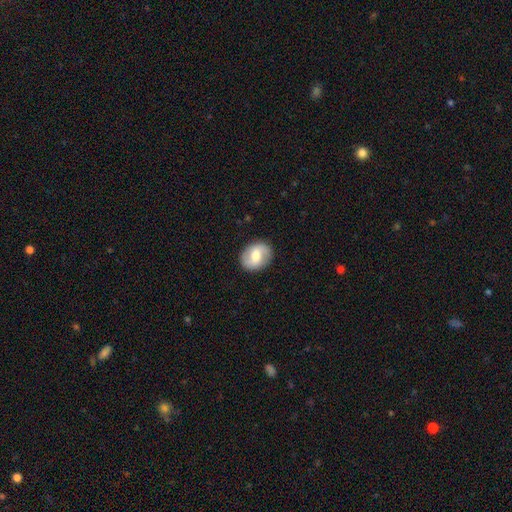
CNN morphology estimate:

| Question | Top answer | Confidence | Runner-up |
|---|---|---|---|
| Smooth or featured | featured or disk | 52% | smooth (41%) |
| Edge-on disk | no | 96% | yes (4%) |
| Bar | weak | 47% | no (33%) |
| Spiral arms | yes | 77% | no (23%) |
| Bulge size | moderate | 65% | small (18%) |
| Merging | none | 88% | minor disturbance (9%) |